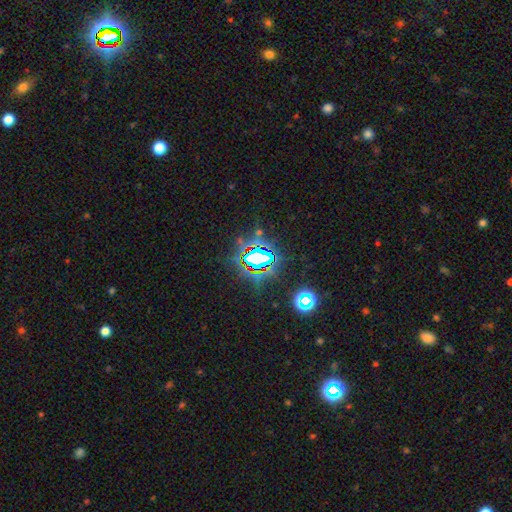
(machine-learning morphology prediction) star or artifact 73%, smooth 14%, featured or disk 13%.